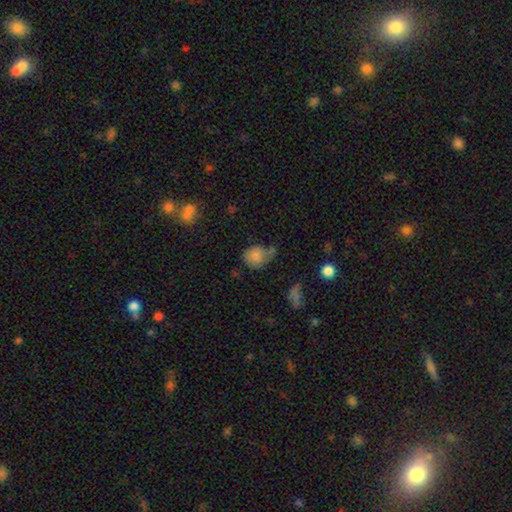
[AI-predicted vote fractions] Overall: smooth (79%). How rounded: round (58%; in between 41%). Merging: none (42%; minor disturbance 31%).